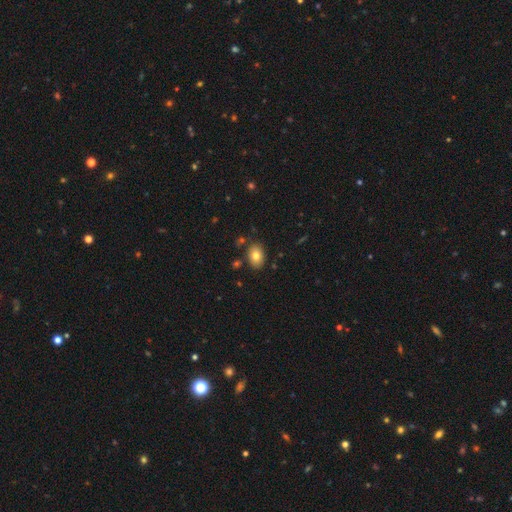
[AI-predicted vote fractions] Smooth or featured: smooth — 78% (featured or disk — 13%)
How rounded: in between — 79% (round — 20%)
Merging: none — 84% (minor disturbance — 10%)